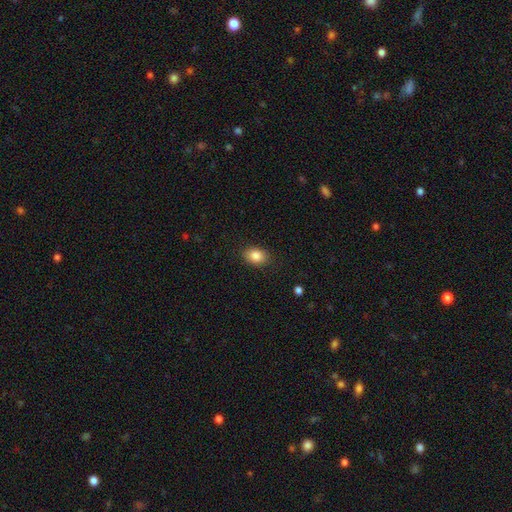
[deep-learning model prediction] smooth-or-featured: smooth: 86% | star or artifact: 9% | featured or disk: 5%
  how-rounded: in between: 74% | round: 25% | cigar-shaped: 1%
  merging: none: 87% | minor disturbance: 10% | major disturbance: 2% | merger: 1%